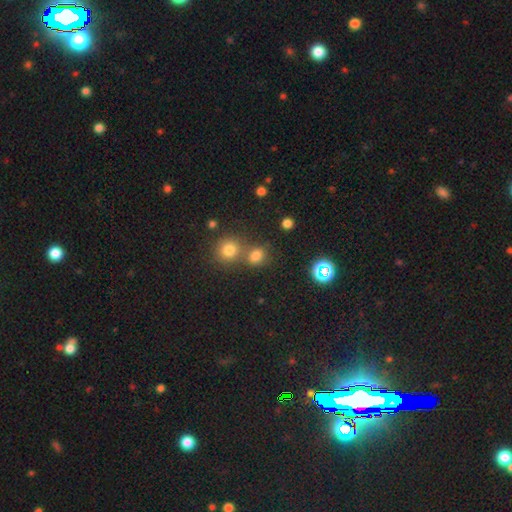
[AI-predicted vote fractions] This appears to be a smooth galaxy with no disk features (72%) that is round (67%). Merging: none (57%).